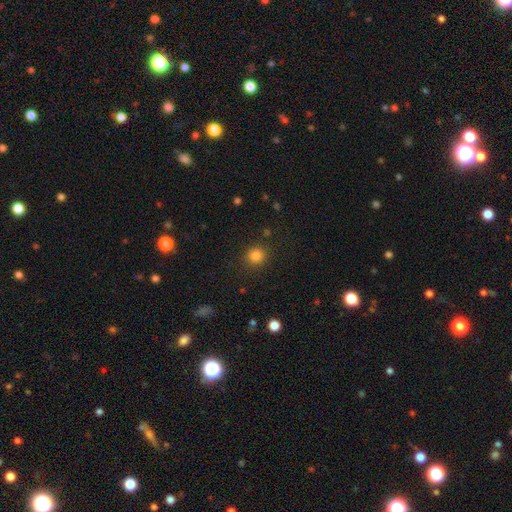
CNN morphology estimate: Smooth or featured: smooth — 84% (star or artifact — 12%)
How rounded: round — 88% (in between — 11%)
Merging: none — 88% (minor disturbance — 8%)